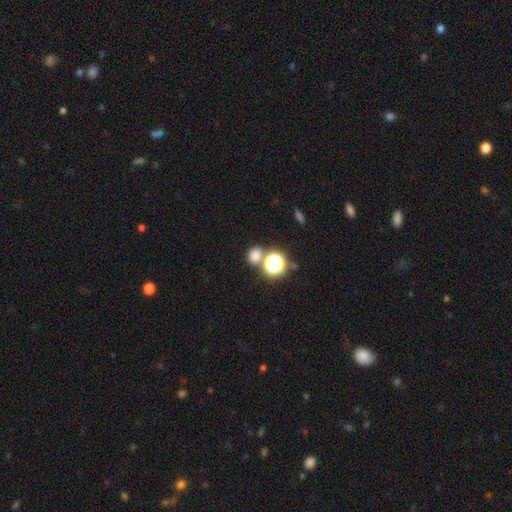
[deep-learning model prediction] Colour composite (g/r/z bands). It shows a smooth galaxy with no disk features (72%) that is round (76%). Merging: none (67%).